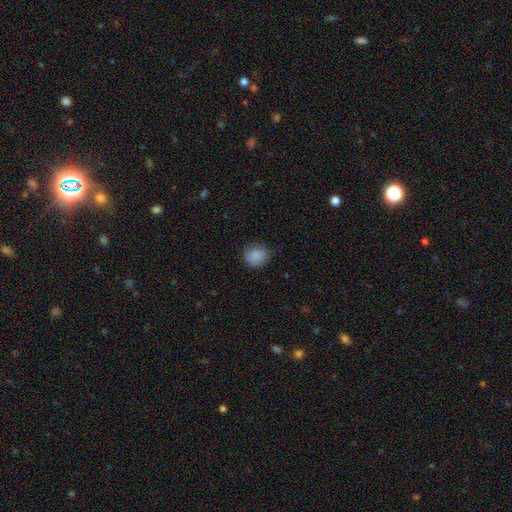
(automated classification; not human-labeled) Smooth or featured? Predicted: smooth (p=0.88). How rounded? Predicted: round (p=0.82). Merging? Predicted: none (p=0.83).